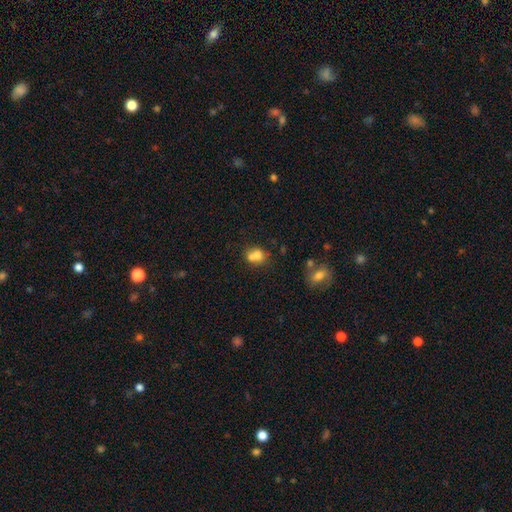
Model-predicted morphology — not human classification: type=smooth (72%); roundness=round (59%); merging=merger (52%).